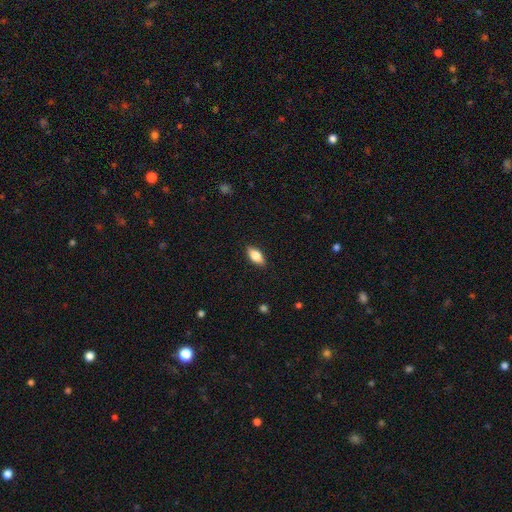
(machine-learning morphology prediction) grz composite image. It shows a smooth galaxy with no disk features (78%) that is in between round and cigar-shaped (85%). Merging: none (87%).